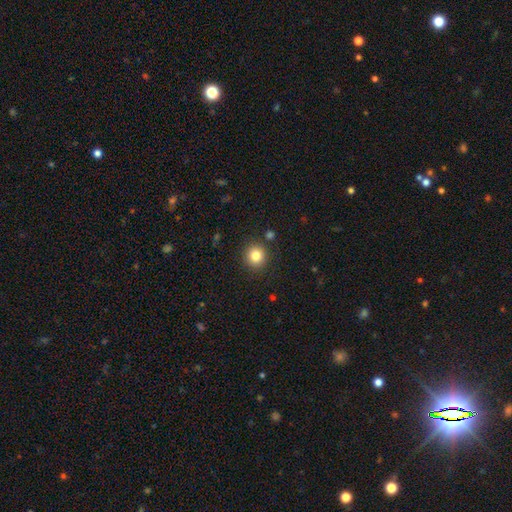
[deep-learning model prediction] smooth 83%, star or artifact 11%, featured or disk 6%. Down the decision tree: how rounded — round (91%); merging — none (88%).